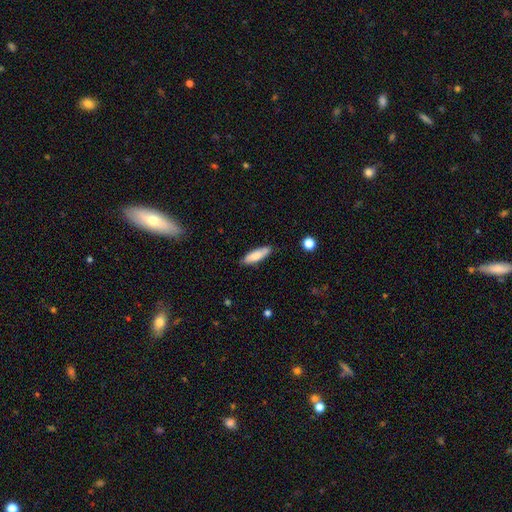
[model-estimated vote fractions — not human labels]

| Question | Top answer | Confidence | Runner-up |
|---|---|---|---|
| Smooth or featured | smooth | 80% | featured or disk (14%) |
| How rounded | cigar-shaped | 55% | in between (43%) |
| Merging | none | 83% | minor disturbance (13%) |